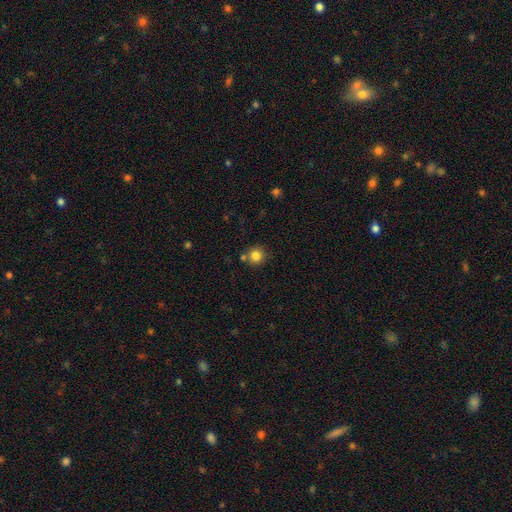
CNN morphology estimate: Q: Smooth or featured?
A: smooth (83%); runner-up: star or artifact (11%)
Q: How rounded?
A: round (93%); runner-up: in between (6%)
Q: Merging?
A: none (77%); runner-up: merger (11%)